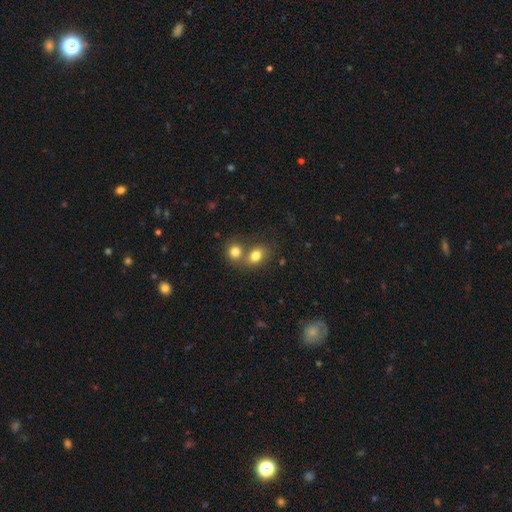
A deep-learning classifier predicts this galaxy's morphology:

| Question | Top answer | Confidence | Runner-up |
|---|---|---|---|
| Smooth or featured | smooth | 79% | star or artifact (11%) |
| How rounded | in between | 53% | round (46%) |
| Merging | merger | 46% | none (41%) |